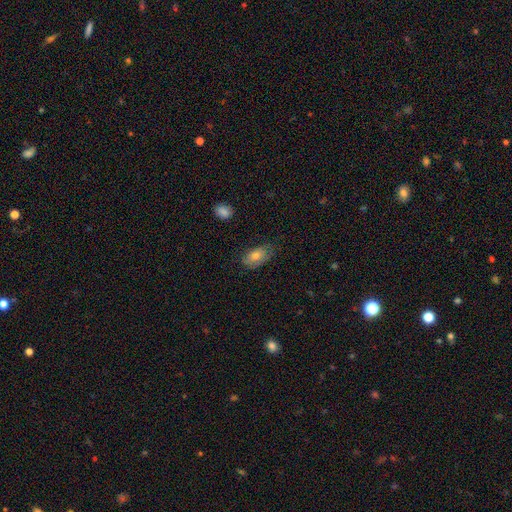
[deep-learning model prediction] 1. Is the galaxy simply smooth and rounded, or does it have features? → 67% smooth, 24% featured or disk, 9% star or artifact.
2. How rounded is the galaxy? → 91% in between, 6% round, 3% cigar-shaped.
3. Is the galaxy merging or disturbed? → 69% none, 24% minor disturbance, 6% major disturbance, 1% merger.